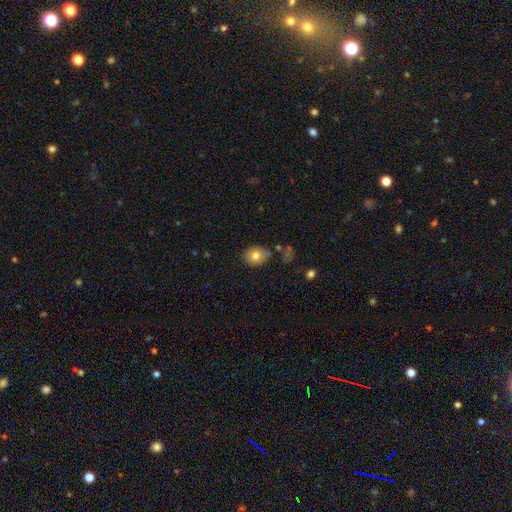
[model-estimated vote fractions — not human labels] smooth-or-featured: smooth: 78% | featured or disk: 13% | star or artifact: 9%
  how-rounded: round: 51% | in between: 48% | cigar-shaped: 1%
  merging: none: 75% | minor disturbance: 16% | merger: 5% | major disturbance: 4%